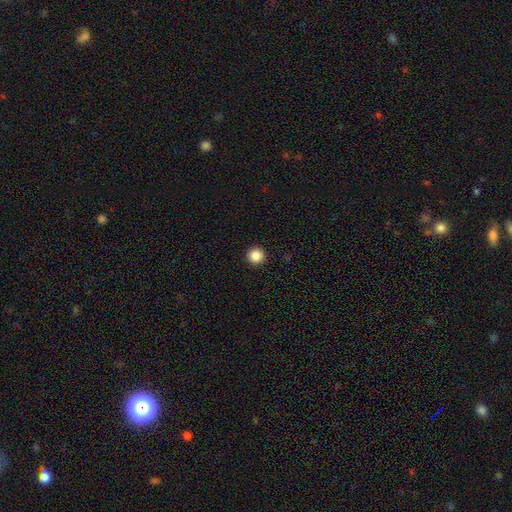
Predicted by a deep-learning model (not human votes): This is clearly a smooth galaxy (86%). How rounded: clearly round (97%). Merging: clearly none (94%).